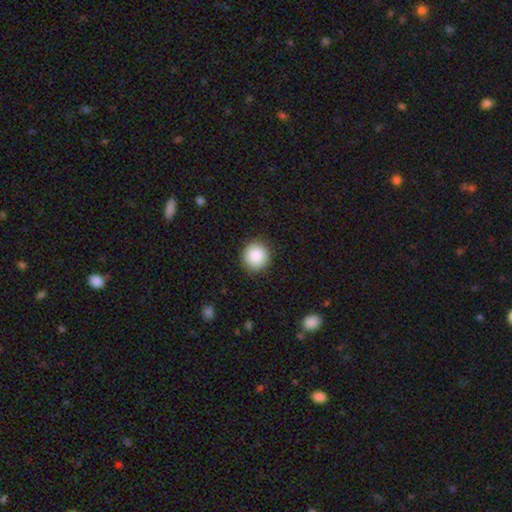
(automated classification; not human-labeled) smooth 88%, star or artifact 8%, featured or disk 4%. Down the decision tree: how rounded — round (94%); merging — none (90%).